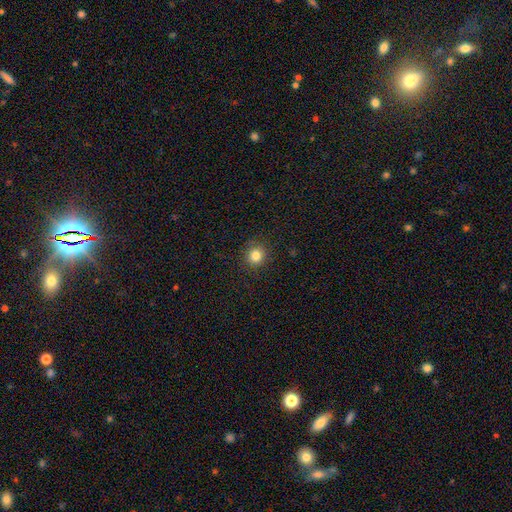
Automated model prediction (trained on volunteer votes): This appears to be a smooth galaxy with no disk features (83%) that is round (91%). Merging: none (90%).